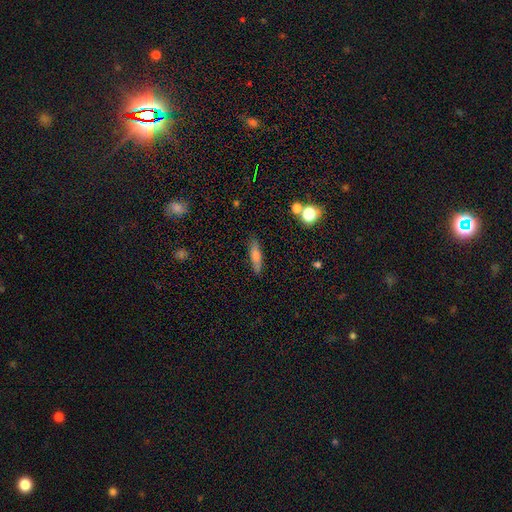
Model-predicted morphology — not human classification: smooth-or-featured: smooth: 61% | featured or disk: 30% | star or artifact: 9%
  how-rounded: cigar-shaped: 70% | in between: 27% | round: 3%
  merging: none: 86% | minor disturbance: 10% | major disturbance: 2% | merger: 2%